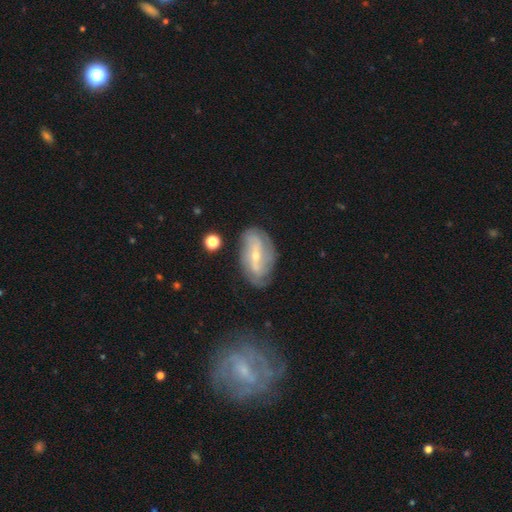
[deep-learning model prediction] This is likely a featured or disk galaxy (74%). It is clearly not viewed edge-on (92%). Bar: marginally strong (40%). Spiral arm pattern: clearly yes (82%). Spiral arm count: possibly 2 (54%). Spiral winding: marginally tight (35%). Central bulge: likely small (62%). Merging: likely none (71%).